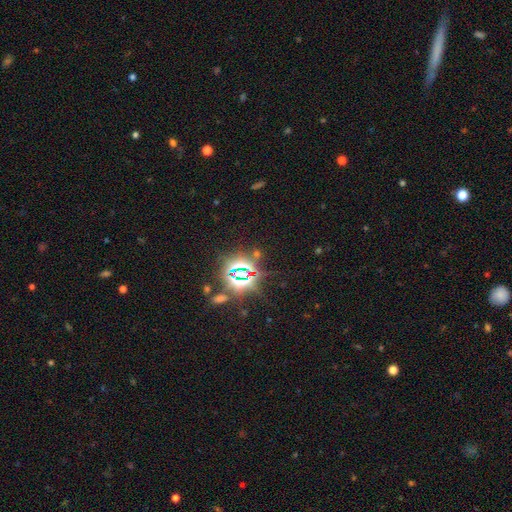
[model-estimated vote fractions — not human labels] The model was most divided on "smooth or featured": star or artifact: 83%, smooth: 9%, featured or disk: 8%.